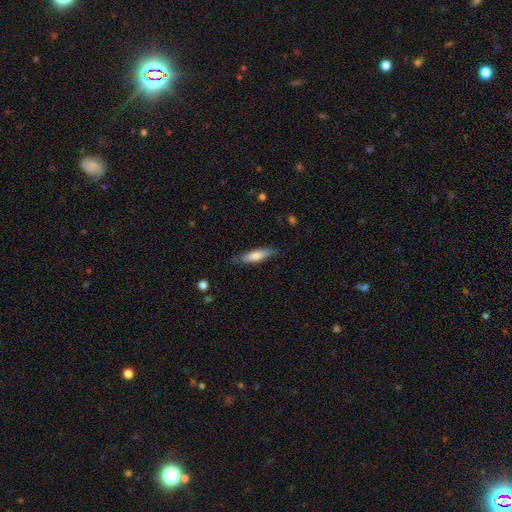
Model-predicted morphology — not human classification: smooth-or-featured: smooth: 71% | featured or disk: 23% | star or artifact: 6%
  how-rounded: cigar-shaped: 66% | in between: 32% | round: 2%
  merging: none: 77% | minor disturbance: 18% | major disturbance: 3% | merger: 1%